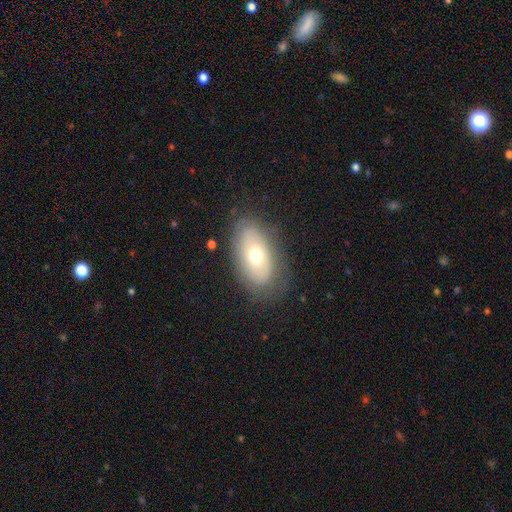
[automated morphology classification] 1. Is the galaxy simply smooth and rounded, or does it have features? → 58% smooth, 34% featured or disk, 8% star or artifact.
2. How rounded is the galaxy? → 91% in between, 6% round, 3% cigar-shaped.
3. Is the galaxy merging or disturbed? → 79% none, 15% minor disturbance, 5% major disturbance, 1% merger.